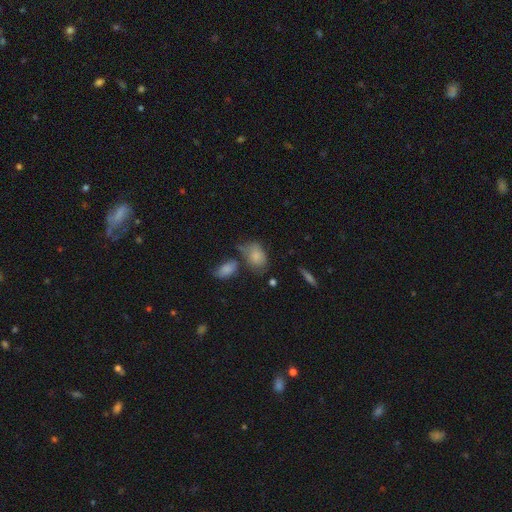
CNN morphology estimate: smooth-or-featured: smooth: 81% | featured or disk: 11% | star or artifact: 8%
  how-rounded: in between: 81% | round: 18% | cigar-shaped: 2%
  merging: none: 43% | minor disturbance: 27% | merger: 18% | major disturbance: 12%